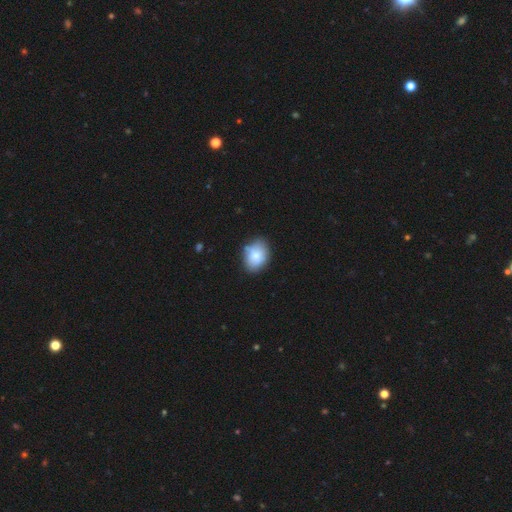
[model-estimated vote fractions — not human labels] Smooth or featured?
  - smooth: 77% *
  - featured or disk: 15%
  - star or artifact: 8%
How rounded?
  - in between: 72% *
  - round: 27%
  - cigar-shaped: 1%
Merging?
  - none: 74% *
  - minor disturbance: 19%
  - merger: 4%
  - major disturbance: 4%